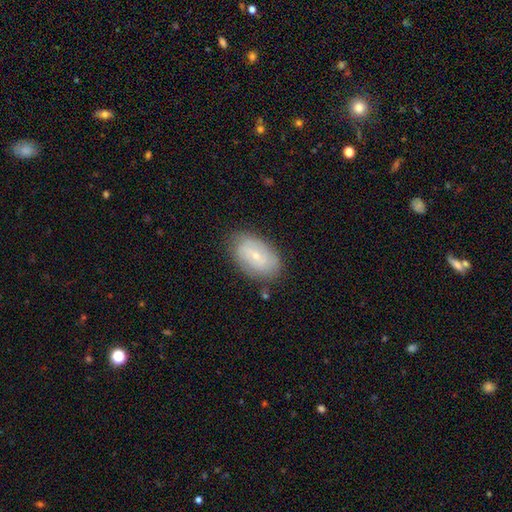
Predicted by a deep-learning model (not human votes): smooth 49%, featured or disk 43%, star or artifact 7%. Down the decision tree: merging — none (78%).